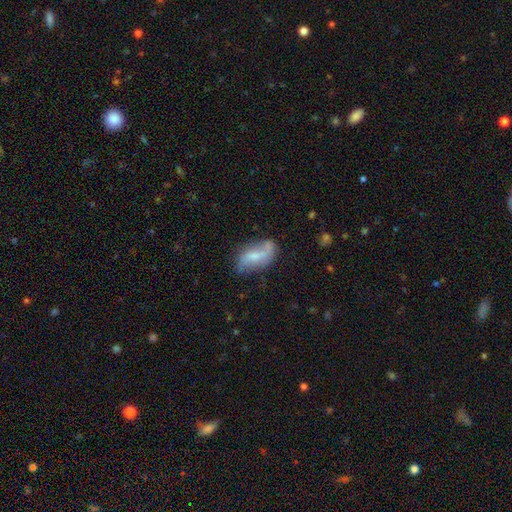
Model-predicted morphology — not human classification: Smooth or featured: featured or disk — 54% (smooth — 39%)
Edge-on disk: no — 93% (yes — 7%)
Merging: none — 60% (minor disturbance — 26%)